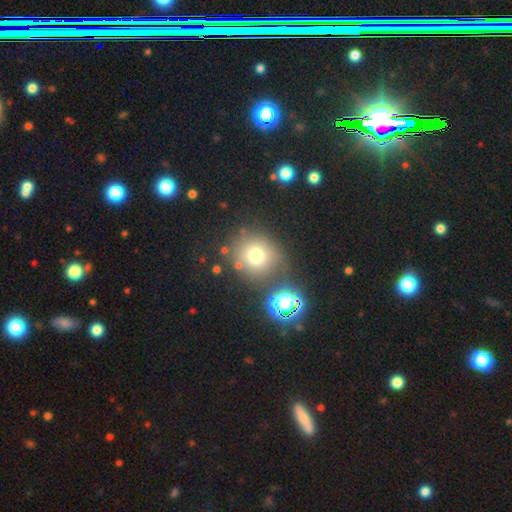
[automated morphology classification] smooth_or_featured: smooth (p=0.70) [alt: star or artifact p=0.19]
how_rounded: round (p=0.89) [alt: in between p=0.10]
merging: none (p=0.73) [alt: merger p=0.11]